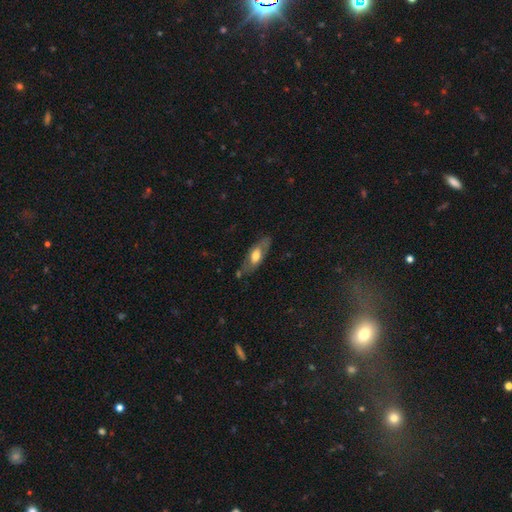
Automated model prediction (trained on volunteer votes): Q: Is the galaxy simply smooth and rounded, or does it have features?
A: smooth — 49%.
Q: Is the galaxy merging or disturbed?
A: none — 72%.